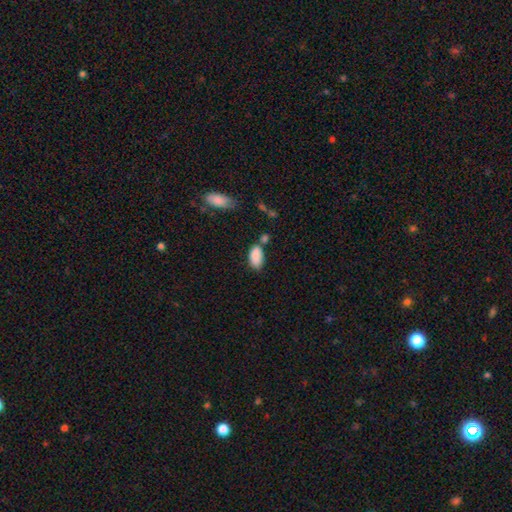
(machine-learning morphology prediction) Q: Smooth or featured?
A: smooth (87%); runner-up: star or artifact (7%)
Q: How rounded?
A: in between (93%); runner-up: round (4%)
Q: Merging?
A: none (57%); runner-up: minor disturbance (22%)